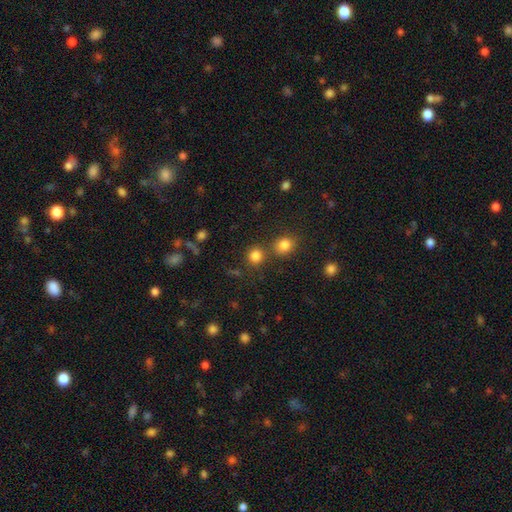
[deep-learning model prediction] smooth-or-featured: smooth: 81% | star or artifact: 14% | featured or disk: 5%
  how-rounded: round: 88% | in between: 11% | cigar-shaped: 1%
  merging: none: 74% | merger: 16% | minor disturbance: 7% | major disturbance: 3%